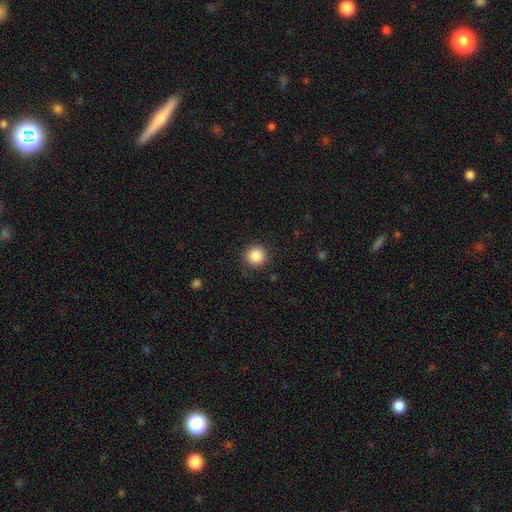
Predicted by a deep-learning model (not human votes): Q: Smooth or featured?
A: smooth (87%); runner-up: star or artifact (9%)
Q: How rounded?
A: round (95%); runner-up: in between (4%)
Q: Merging?
A: none (90%); runner-up: minor disturbance (6%)